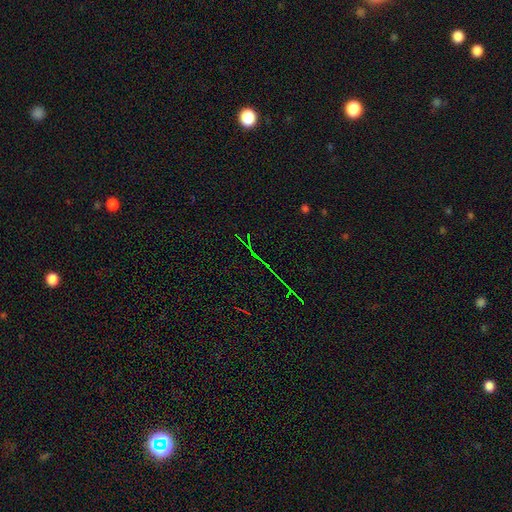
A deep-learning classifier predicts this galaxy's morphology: star or artifact 80%, featured or disk 11%, smooth 9%.